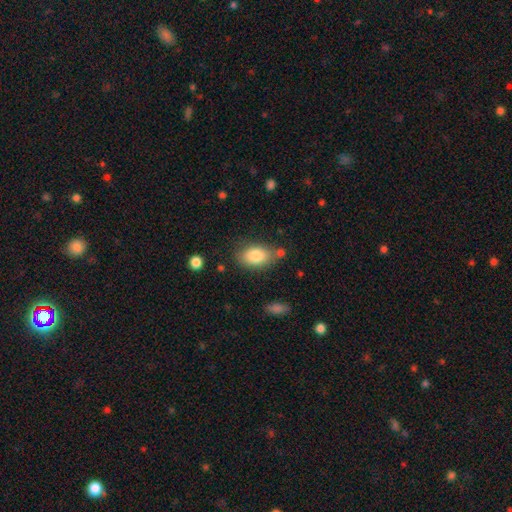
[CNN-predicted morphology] Smooth or featured: smooth — 84% (featured or disk — 9%)
How rounded: in between — 89% (round — 9%)
Merging: none — 70% (minor disturbance — 18%)